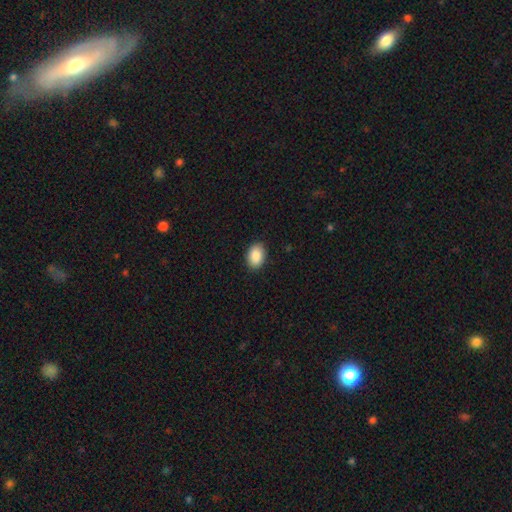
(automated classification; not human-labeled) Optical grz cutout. It shows a smooth galaxy with no disk features (89%) that is in between round and cigar-shaped (84%). Merging: none (90%).